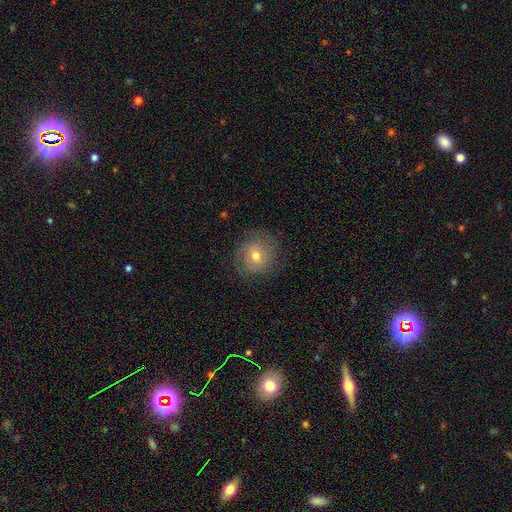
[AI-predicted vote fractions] Smooth or featured? Predicted: featured or disk (p=0.56). Edge-on disk? Predicted: no (p=0.96). Bar? Predicted: no (p=0.55). Spiral arms? Predicted: yes (p=0.80). Bulge size? Predicted: moderate (p=0.59). Merging? Predicted: none (p=0.75).